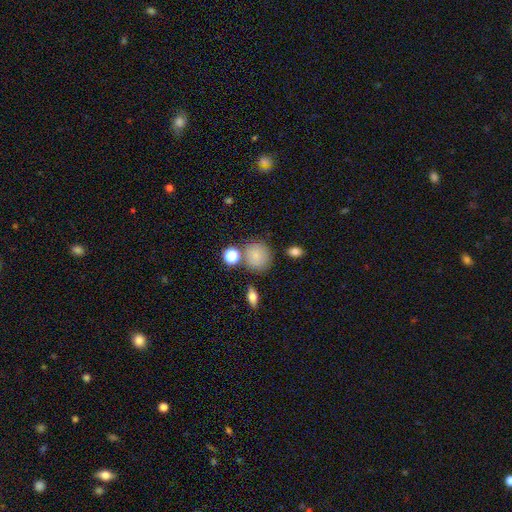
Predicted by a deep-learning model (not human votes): This is likely a smooth galaxy (79%). How rounded: clearly round (84%). Merging: likely none (72%).